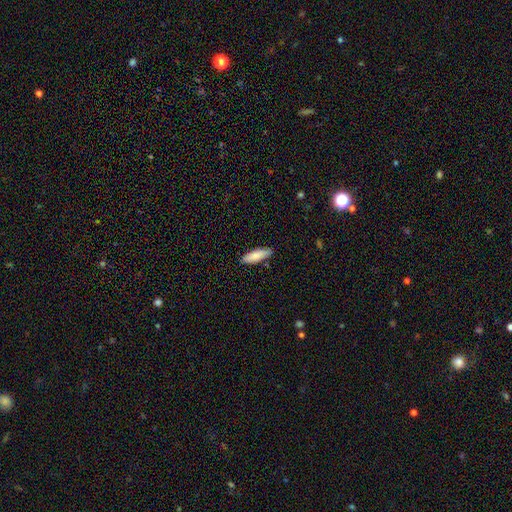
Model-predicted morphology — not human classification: Overall: smooth (82%). How rounded: in between (53%; cigar-shaped 46%). Merging: none (85%).